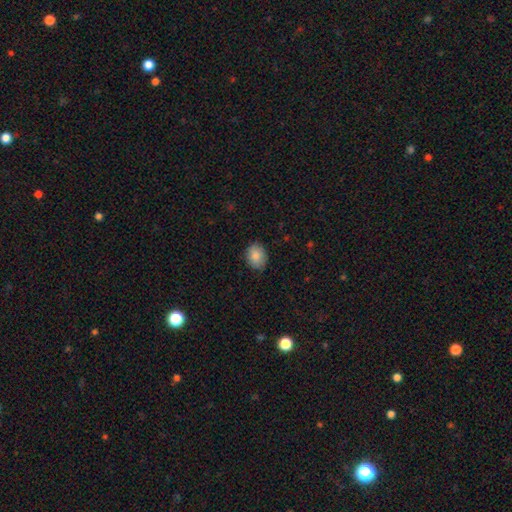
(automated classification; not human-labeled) The model was most divided on "how rounded": in between: 52%, round: 47%, cigar-shaped: 1%. More confident: merging — none (86%); smooth or featured — smooth (86%).